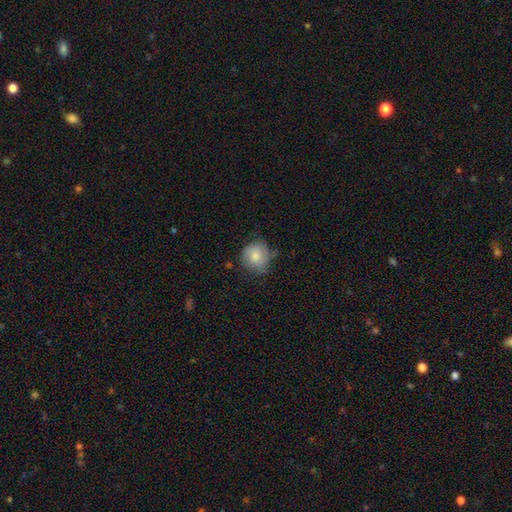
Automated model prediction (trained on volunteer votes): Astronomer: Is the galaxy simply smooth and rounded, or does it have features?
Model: smooth — 72%.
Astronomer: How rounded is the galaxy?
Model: round — 83%.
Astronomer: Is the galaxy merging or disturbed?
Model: none — 64%.